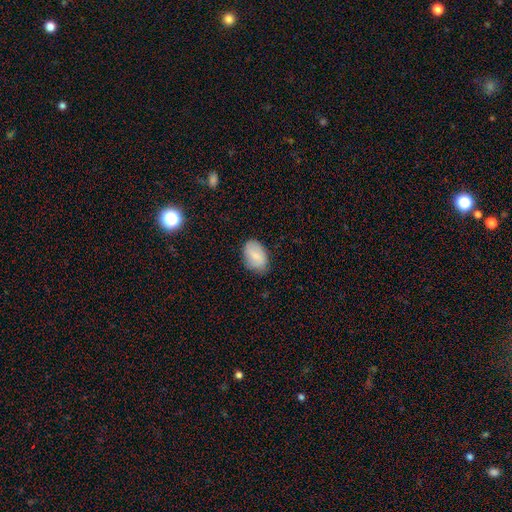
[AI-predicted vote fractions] Smooth or featured? Predicted: smooth (p=0.73). How rounded? Predicted: in between (p=0.89). Merging? Predicted: none (p=0.76).